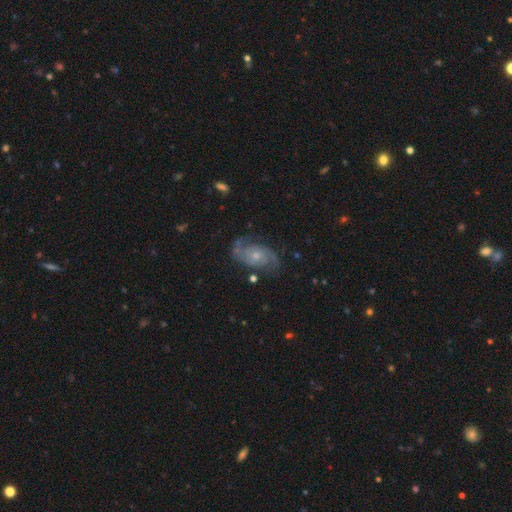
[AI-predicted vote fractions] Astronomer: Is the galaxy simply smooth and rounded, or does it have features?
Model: featured or disk — 85%.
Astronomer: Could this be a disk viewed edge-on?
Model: no — 97%.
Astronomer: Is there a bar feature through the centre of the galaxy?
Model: no — 70%.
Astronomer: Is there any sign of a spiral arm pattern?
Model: yes — 96%.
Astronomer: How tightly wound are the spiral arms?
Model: medium — 49% (runner-up: tight, 26%).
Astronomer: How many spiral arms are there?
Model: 2 — 86%.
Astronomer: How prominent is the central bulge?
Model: small — 55% (runner-up: moderate, 39%).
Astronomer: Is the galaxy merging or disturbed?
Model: none — 74%.